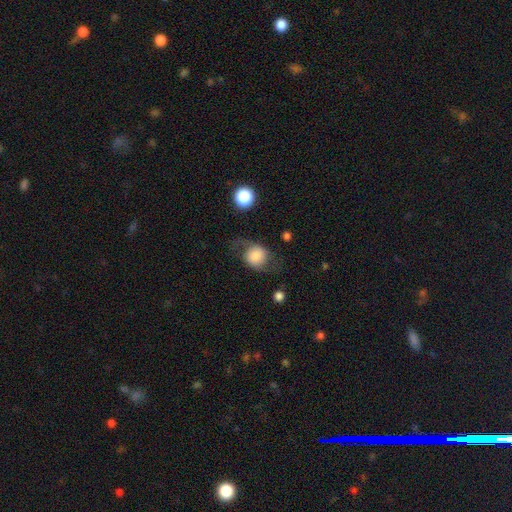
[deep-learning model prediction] Smooth or featured: smooth — 59% (featured or disk — 33%)
How rounded: round — 71% (in between — 28%)
Merging: none — 56% (minor disturbance — 22%)